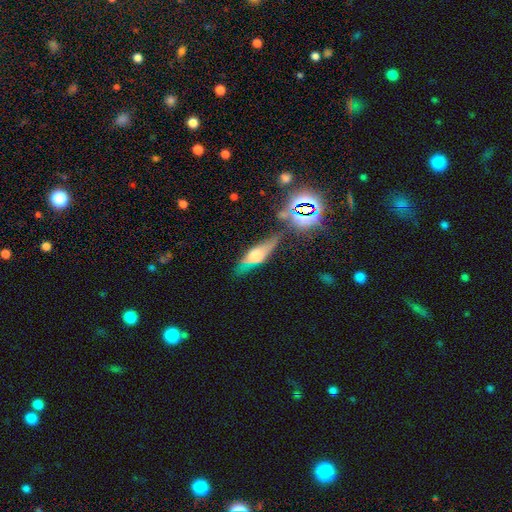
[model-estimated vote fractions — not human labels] Smooth or featured? Predicted: featured or disk (p=0.51). Edge-on disk? Predicted: yes (p=0.82). Merging? Predicted: none (p=0.64).